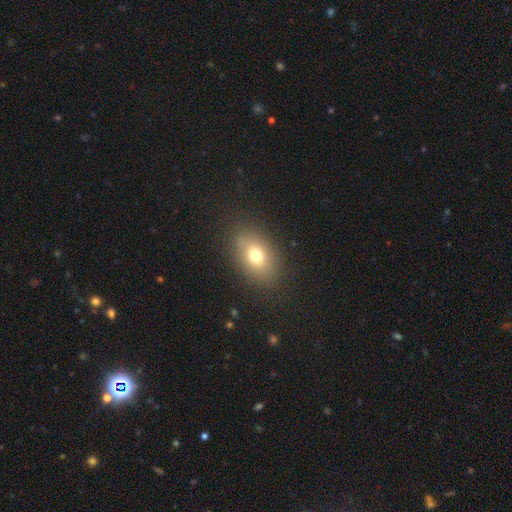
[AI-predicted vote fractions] smooth_or_featured: smooth (p=0.74) [alt: featured or disk p=0.15]
how_rounded: in between (p=0.80) [alt: round p=0.18]
merging: none (p=0.84) [alt: minor disturbance p=0.10]